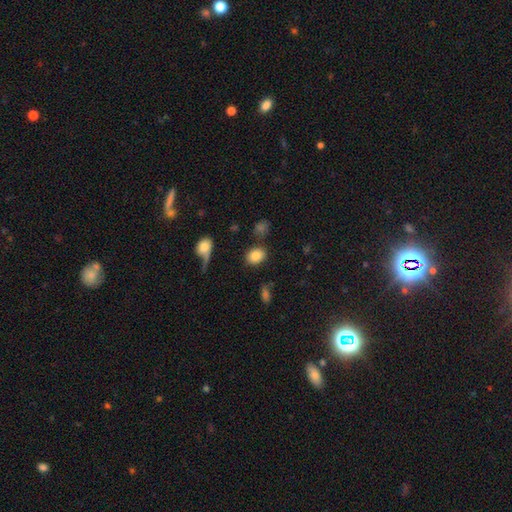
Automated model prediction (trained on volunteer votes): A smooth galaxy with no disk features (84%) that is in between round and cigar-shaped (63%). Merging: none (78%).